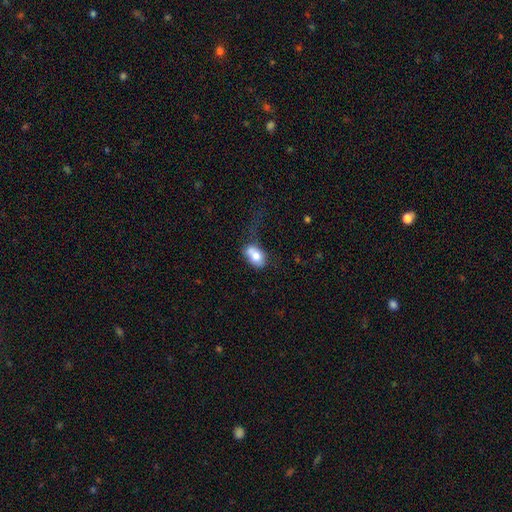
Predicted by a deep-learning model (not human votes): The model was most divided on "merging": none: 32%, merger: 26%, minor disturbance: 25%, major disturbance: 17%. More confident: how rounded — in between (80%); smooth or featured — smooth (74%).